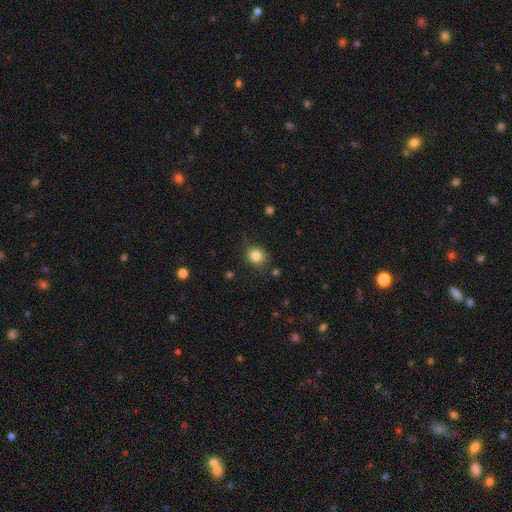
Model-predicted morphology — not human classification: Q: Smooth or featured?
A: smooth (84%); runner-up: star or artifact (11%)
Q: How rounded?
A: round (78%); runner-up: in between (21%)
Q: Merging?
A: none (81%); runner-up: minor disturbance (14%)